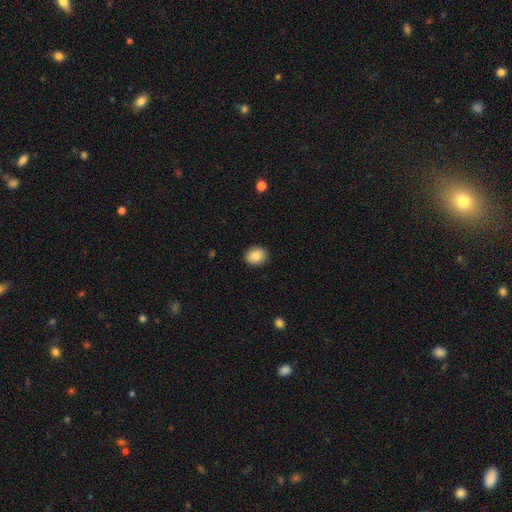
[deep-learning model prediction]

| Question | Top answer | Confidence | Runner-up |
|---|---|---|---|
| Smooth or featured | smooth | 87% | star or artifact (8%) |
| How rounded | round | 52% | in between (47%) |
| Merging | none | 90% | minor disturbance (7%) |